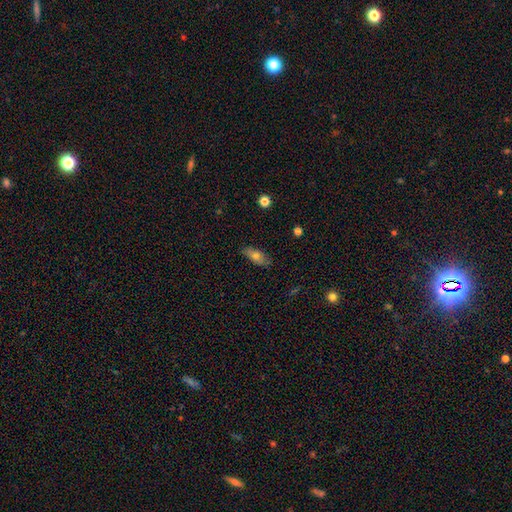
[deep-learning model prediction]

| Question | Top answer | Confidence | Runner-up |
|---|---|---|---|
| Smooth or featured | smooth | 68% | featured or disk (24%) |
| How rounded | in between | 81% | cigar-shaped (15%) |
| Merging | none | 79% | minor disturbance (17%) |